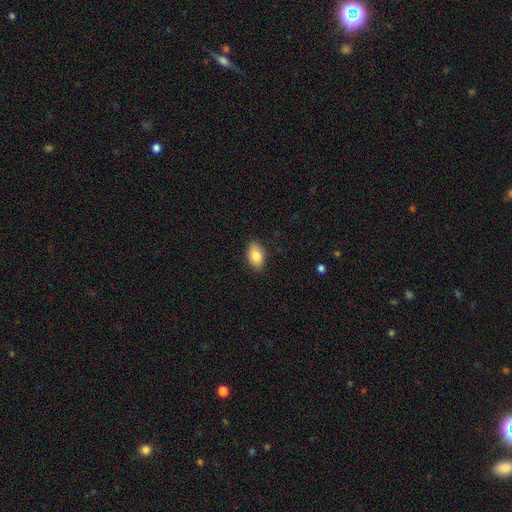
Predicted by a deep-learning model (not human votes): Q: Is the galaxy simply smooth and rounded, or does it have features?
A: smooth — 85%.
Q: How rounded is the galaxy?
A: in between — 91%.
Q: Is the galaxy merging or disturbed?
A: none — 87%.